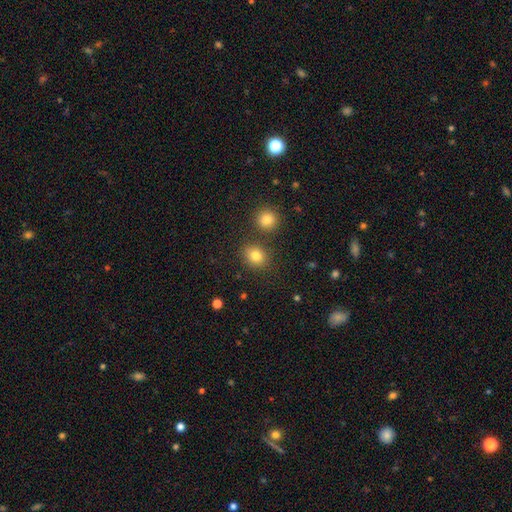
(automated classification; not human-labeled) This is clearly a smooth galaxy (80%). How rounded: likely round (69%). Merging: clearly none (80%).